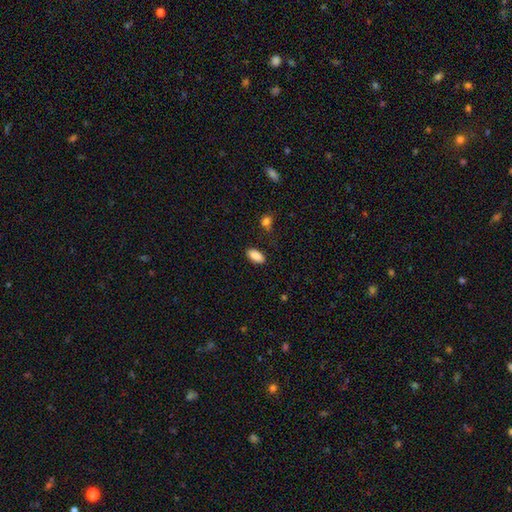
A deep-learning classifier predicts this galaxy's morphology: Overall: smooth (88%). How rounded: in between (91%). Merging: none (84%).